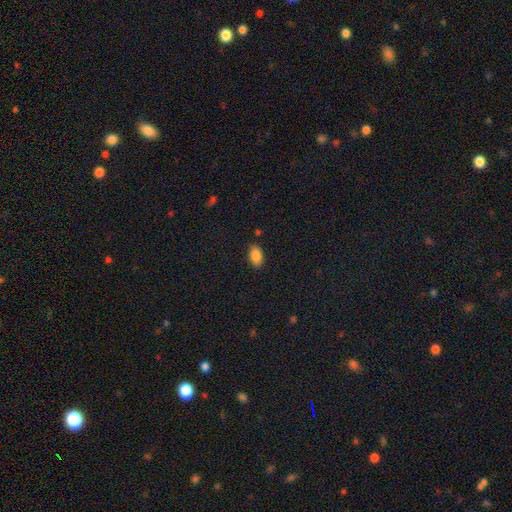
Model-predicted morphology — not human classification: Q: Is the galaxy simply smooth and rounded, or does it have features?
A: smooth — 87%.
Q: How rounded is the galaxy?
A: in between — 93%.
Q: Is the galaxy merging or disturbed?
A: none — 85%.